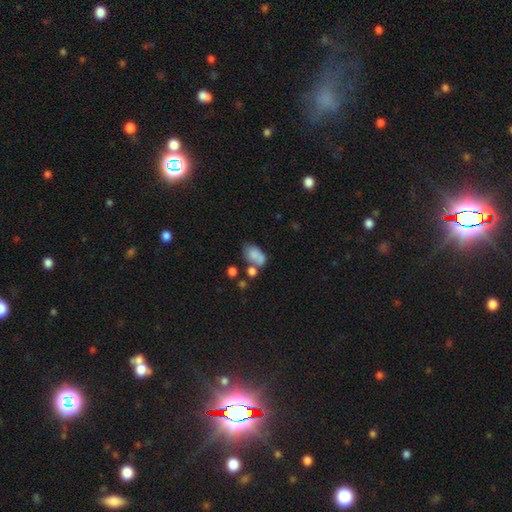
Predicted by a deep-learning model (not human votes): Smooth or featured?
  - smooth: 72% *
  - featured or disk: 18%
  - star or artifact: 10%
How rounded?
  - in between: 85% *
  - round: 14%
  - cigar-shaped: 2%
Merging?
  - merger: 37% *
  - none: 31%
  - minor disturbance: 19%
  - major disturbance: 13%